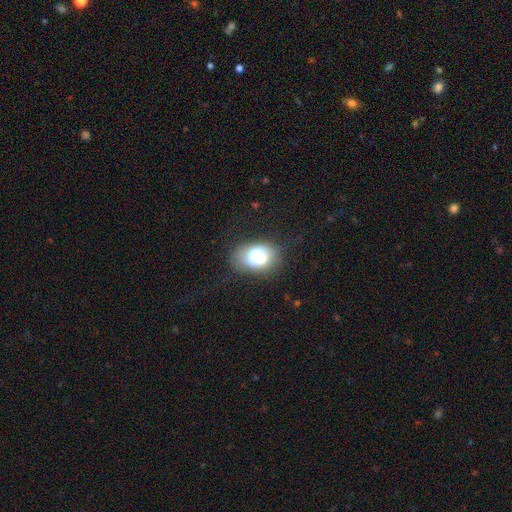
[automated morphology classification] The model was most divided on "merging": none: 40%, merger: 33%, minor disturbance: 18%, major disturbance: 9%. More confident: how rounded — in between (70%); smooth or featured — smooth (65%).